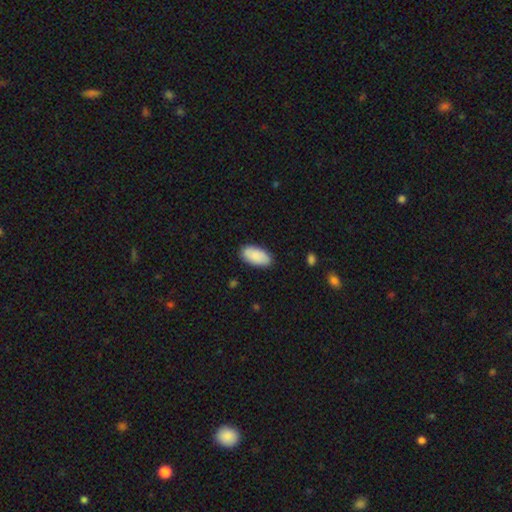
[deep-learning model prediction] smooth-or-featured: smooth: 89% | star or artifact: 5% | featured or disk: 5%
  how-rounded: in between: 95% | cigar-shaped: 3% | round: 2%
  merging: none: 87% | minor disturbance: 10% | major disturbance: 2% | merger: 1%